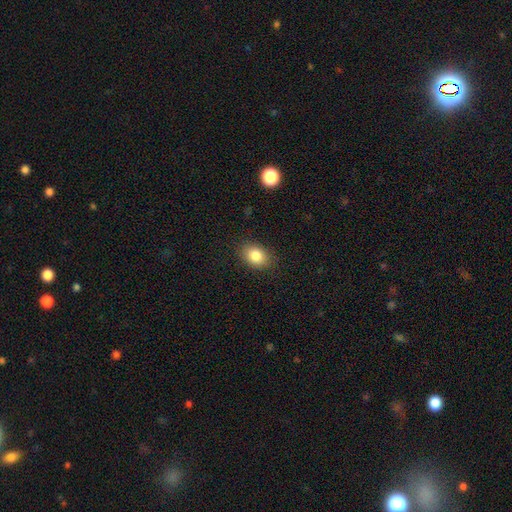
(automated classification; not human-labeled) This is clearly a smooth galaxy (86%). How rounded: likely in between (76%). Merging: clearly none (85%).